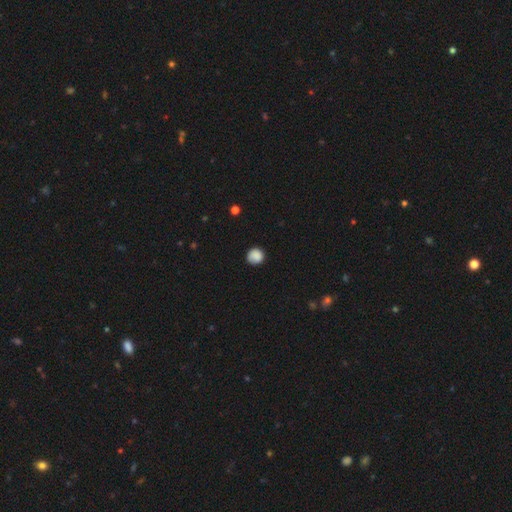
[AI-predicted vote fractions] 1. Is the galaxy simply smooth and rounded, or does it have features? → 87% smooth, 9% star or artifact, 4% featured or disk.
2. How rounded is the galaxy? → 91% round, 8% in between, 1% cigar-shaped.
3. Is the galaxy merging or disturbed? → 84% none, 12% minor disturbance, 3% major disturbance, 1% merger.